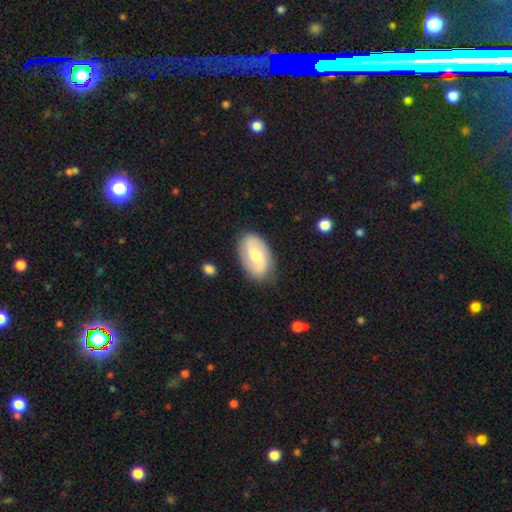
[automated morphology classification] featured or disk 54%, smooth 40%, star or artifact 6%. Down the decision tree: edge-on disk — no (95%); bar — no (45%); spiral arms — yes (83%); bulge size — moderate (54%); merging — none (81%).